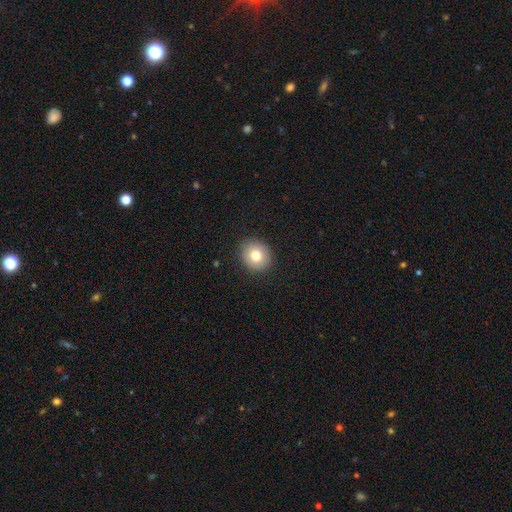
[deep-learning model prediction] This is likely a smooth galaxy (78%). How rounded: likely round (74%). Merging: clearly none (88%).